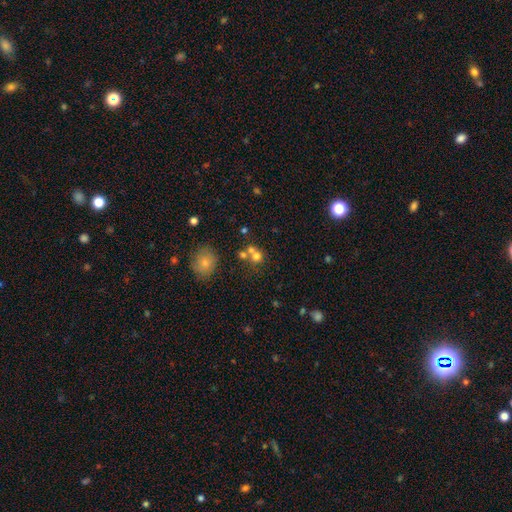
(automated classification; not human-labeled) A smooth galaxy with no disk features (66%) that is round (83%). Merging: merger (49%).